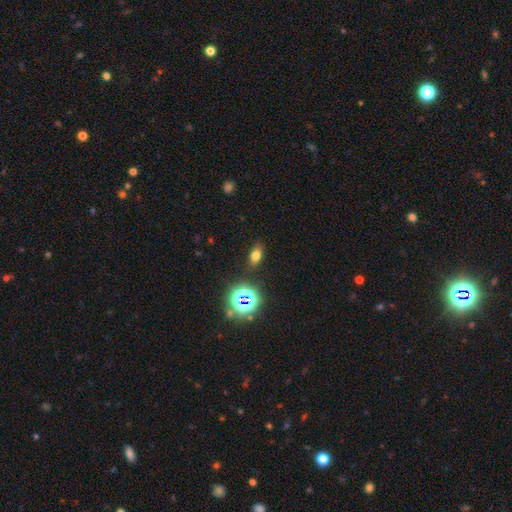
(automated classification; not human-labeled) This appears to be a smooth galaxy with no disk features (67%) that is in between round and cigar-shaped (78%). Merging: none (86%).